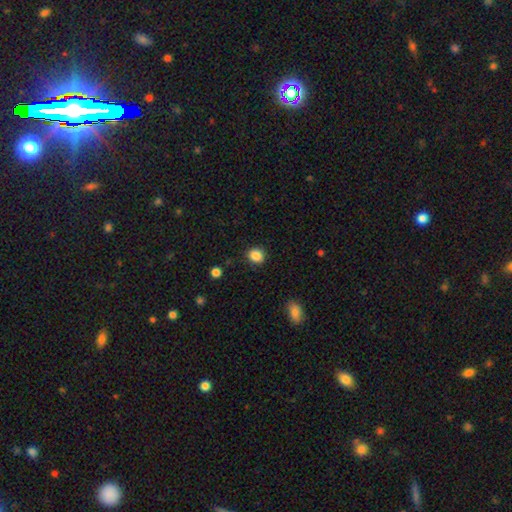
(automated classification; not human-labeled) smooth_or_featured: smooth (p=0.87) [alt: star or artifact p=0.10]
how_rounded: round (p=0.82) [alt: in between p=0.17]
merging: none (p=0.88) [alt: minor disturbance p=0.08]